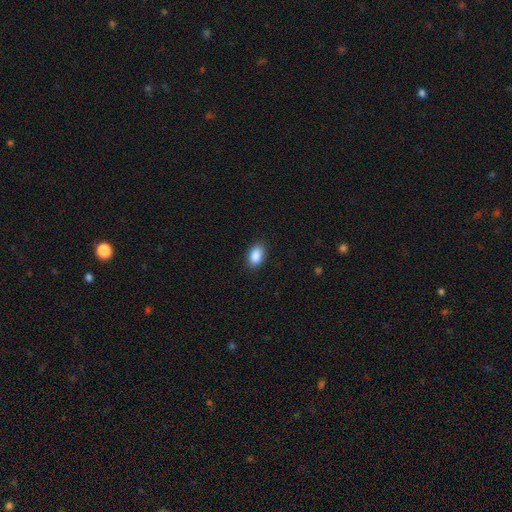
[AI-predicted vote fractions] Smooth or featured?
  - smooth: 89% *
  - star or artifact: 7%
  - featured or disk: 4%
How rounded?
  - in between: 91% *
  - round: 7%
  - cigar-shaped: 2%
Merging?
  - none: 87% *
  - minor disturbance: 10%
  - major disturbance: 2%
  - merger: 1%